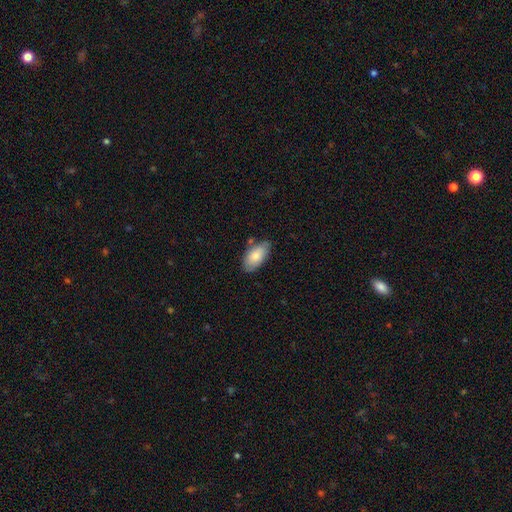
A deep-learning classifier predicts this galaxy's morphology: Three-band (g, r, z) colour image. It shows a smooth galaxy with no disk features (78%) that is in between round and cigar-shaped (94%). Merging: none (74%).